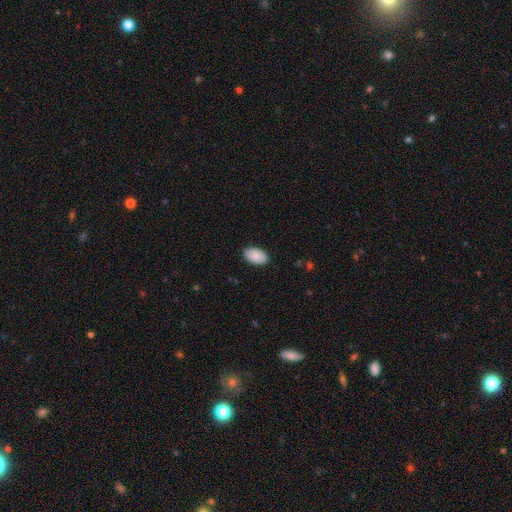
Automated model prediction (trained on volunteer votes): A smooth galaxy with no disk features (89%) that is in between round and cigar-shaped (94%). Merging: none (88%).